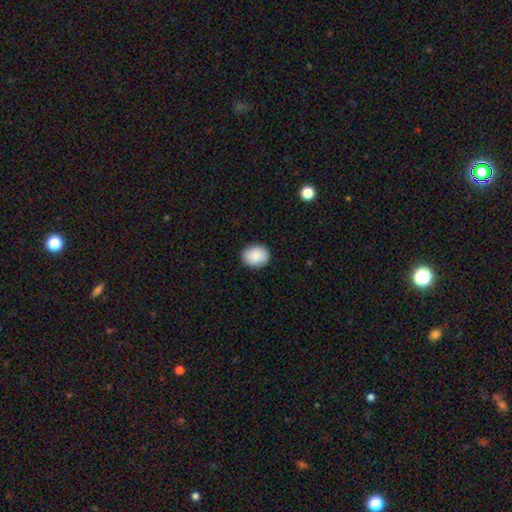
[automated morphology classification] A smooth galaxy with no disk features (89%) that is round (50%).

Vote fractions:
- Smooth or featured? smooth: 89% / star or artifact: 7% / featured or disk: 4%
- How rounded? round: 50% / in between: 49% / cigar-shaped: 1%
- Merging? none: 90% / minor disturbance: 7% / major disturbance: 2% / merger: 1%